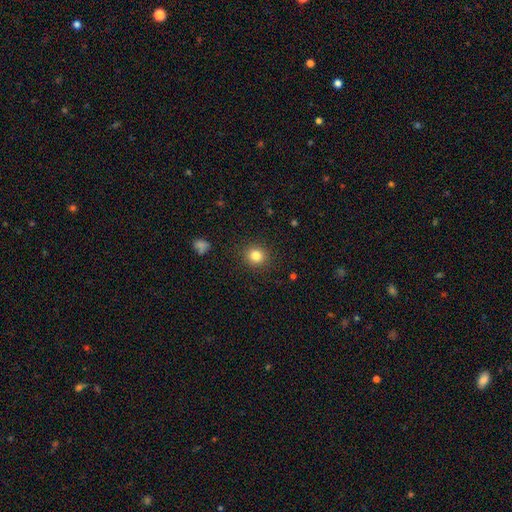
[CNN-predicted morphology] A smooth galaxy with no disk features (82%) that is round (90%).

Vote fractions:
- Smooth or featured? smooth: 82% / star or artifact: 12% / featured or disk: 6%
- How rounded? round: 90% / in between: 9% / cigar-shaped: 1%
- Merging? none: 90% / minor disturbance: 6% / major disturbance: 2% / merger: 1%